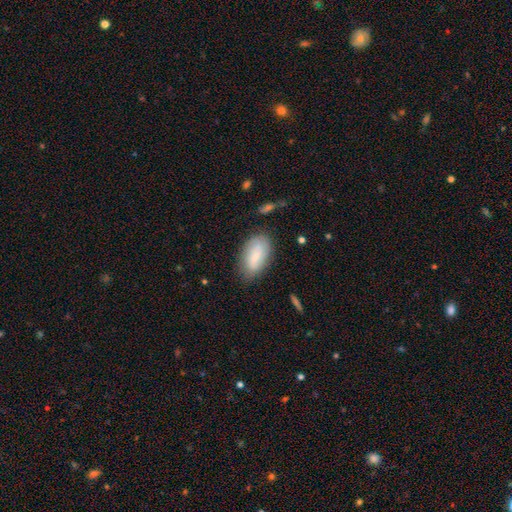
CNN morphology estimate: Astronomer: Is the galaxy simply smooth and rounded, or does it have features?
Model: smooth — 68%.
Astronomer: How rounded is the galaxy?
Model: in between — 93%.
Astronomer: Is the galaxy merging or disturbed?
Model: none — 75%.